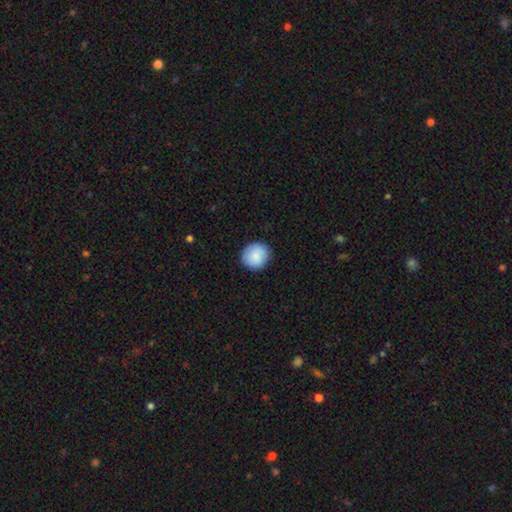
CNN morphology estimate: This is clearly a smooth galaxy (88%). How rounded: clearly round (86%). Merging: clearly none (88%).